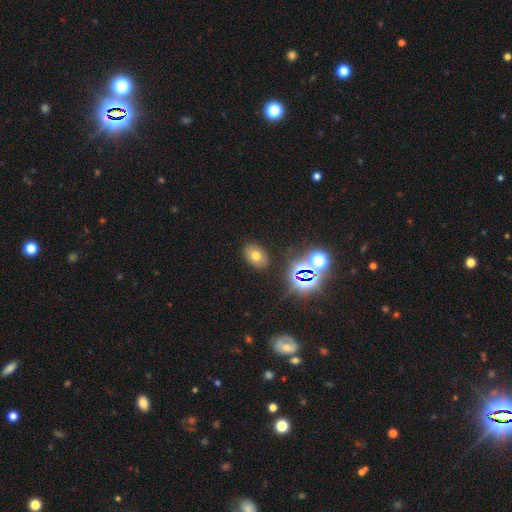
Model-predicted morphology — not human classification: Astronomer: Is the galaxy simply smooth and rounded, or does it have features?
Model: smooth — 63%.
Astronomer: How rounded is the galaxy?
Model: in between — 78%.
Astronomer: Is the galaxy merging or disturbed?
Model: none — 86%.